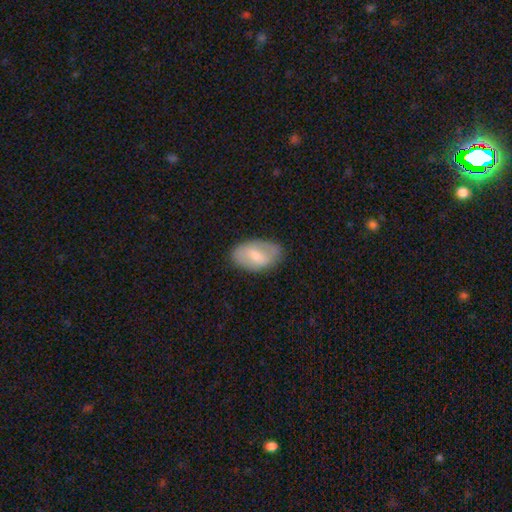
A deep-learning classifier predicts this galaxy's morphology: smooth_or_featured: smooth (p=0.59) [alt: featured or disk p=0.35]
how_rounded: in between (p=0.93) [alt: round p=0.05]
merging: none (p=0.79) [alt: minor disturbance p=0.16]